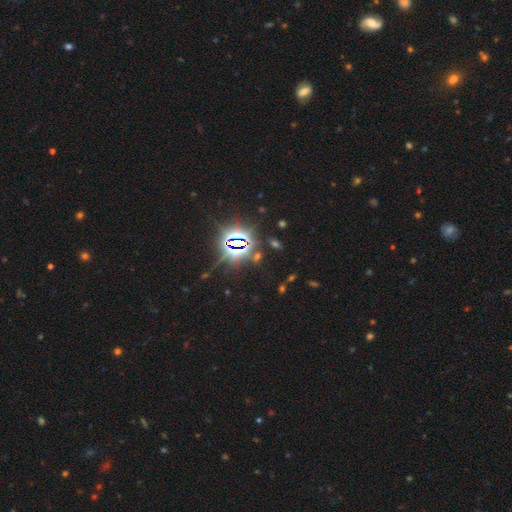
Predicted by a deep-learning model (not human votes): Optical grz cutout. It shows a star or artifact, not a galaxy (83%).